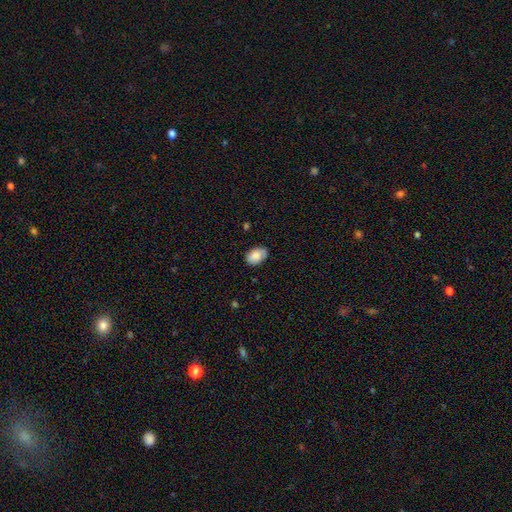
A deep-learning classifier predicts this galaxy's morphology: A smooth galaxy with no disk features (81%) that is in between round and cigar-shaped (86%).

Vote fractions:
- Smooth or featured? smooth: 81% / featured or disk: 12% / star or artifact: 7%
- How rounded? in between: 86% / round: 13% / cigar-shaped: 1%
- Merging? none: 74% / minor disturbance: 21% / major disturbance: 4% / merger: 1%